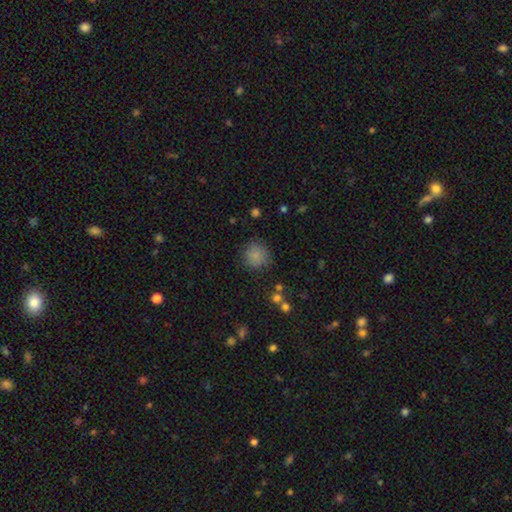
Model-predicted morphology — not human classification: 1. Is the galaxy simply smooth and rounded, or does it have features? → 82% smooth, 11% star or artifact, 7% featured or disk.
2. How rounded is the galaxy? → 89% round, 10% in between, 1% cigar-shaped.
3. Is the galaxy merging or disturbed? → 79% none, 14% minor disturbance, 5% major disturbance, 2% merger.